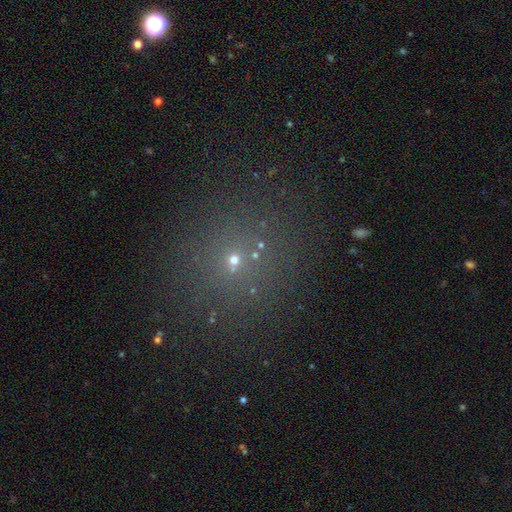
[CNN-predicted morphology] Smooth or featured?
  - smooth: 50% *
  - star or artifact: 38%
  - featured or disk: 13%
Merging?
  - none: 81% *
  - minor disturbance: 10%
  - merger: 5%
  - major disturbance: 4%